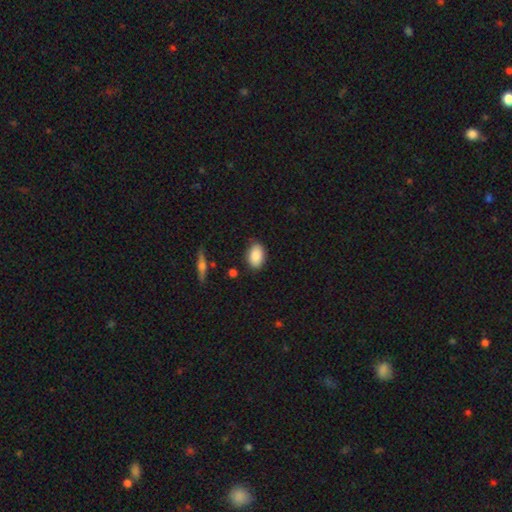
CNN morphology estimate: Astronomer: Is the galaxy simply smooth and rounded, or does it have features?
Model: smooth — 88%.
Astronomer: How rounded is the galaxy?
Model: in between — 90%.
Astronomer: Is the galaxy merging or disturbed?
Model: none — 82%.